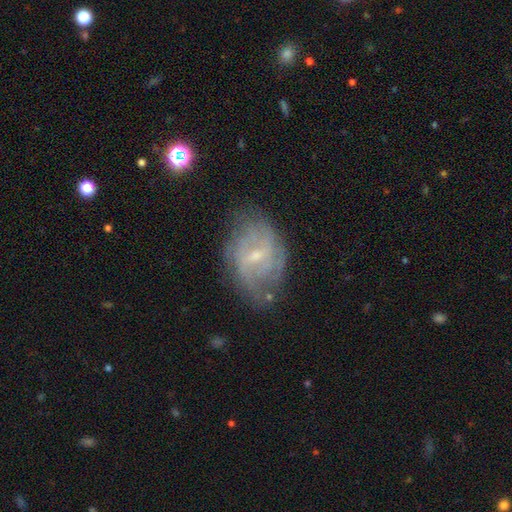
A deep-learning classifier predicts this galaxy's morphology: smooth_or_featured: featured or disk (p=0.75) [alt: smooth p=0.17]
disk_edge_on: no (p=0.96) [alt: yes p=0.04]
bar: weak (p=0.60) [alt: no p=0.24]
has_spiral_arms: yes (p=0.82) [alt: no p=0.18]
spiral_winding: tight (p=0.44) [alt: medium p=0.39]
spiral_arm_count: can't tell (p=0.46) [alt: 2 p=0.28]
bulge_size: small (p=0.61) [alt: moderate p=0.30]
merging: none (p=0.62) [alt: minor disturbance p=0.25]